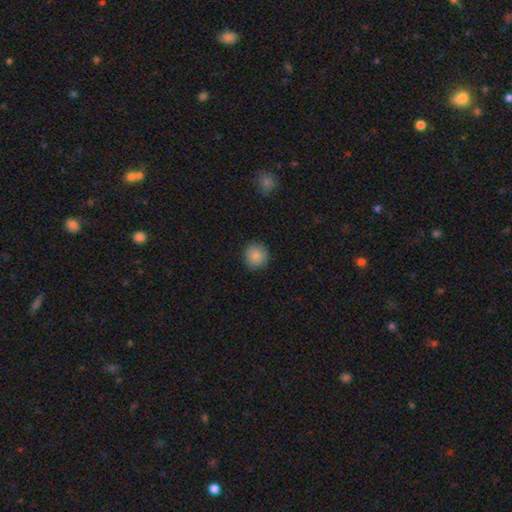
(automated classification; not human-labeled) This is clearly a smooth galaxy (87%). How rounded: clearly round (91%). Merging: clearly none (89%).